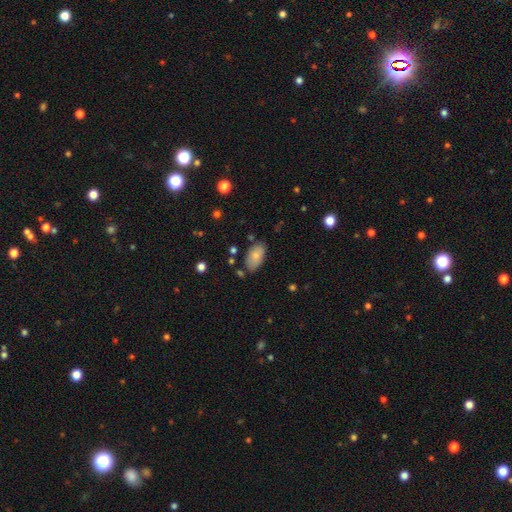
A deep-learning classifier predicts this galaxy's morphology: Smooth or featured: smooth — 78% (featured or disk — 14%)
How rounded: in between — 94% (round — 4%)
Merging: none — 76% (minor disturbance — 17%)